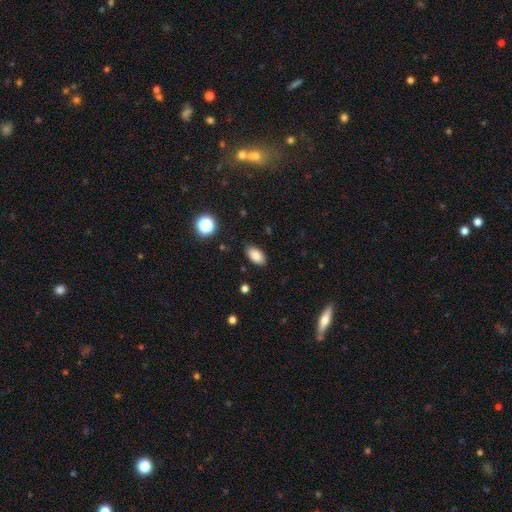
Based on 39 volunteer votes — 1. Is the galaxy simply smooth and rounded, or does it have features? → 92% smooth, 5% star or artifact, 3% featured or disk.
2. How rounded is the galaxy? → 94% in between, 6% round, 0% cigar-shaped.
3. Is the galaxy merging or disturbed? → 86% none, 11% minor disturbance, 3% major disturbance, 0% merger.